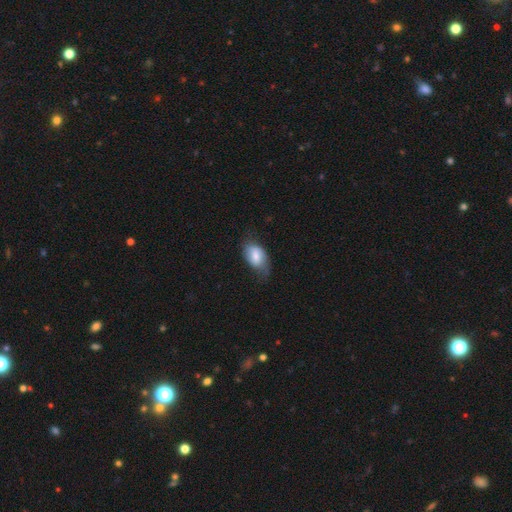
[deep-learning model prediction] Smooth or featured? Predicted: smooth (p=0.69). How rounded? Predicted: in between (p=0.89). Merging? Predicted: none (p=0.49).